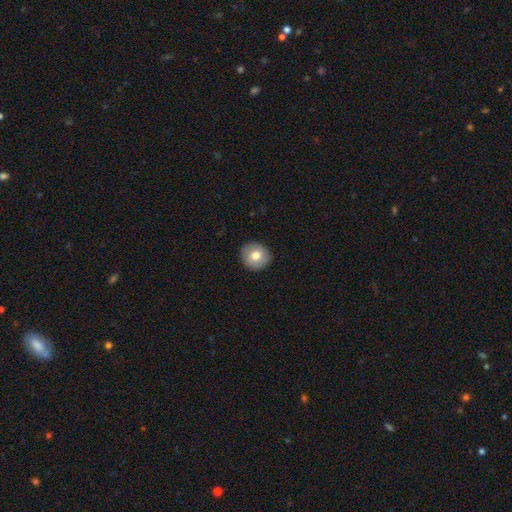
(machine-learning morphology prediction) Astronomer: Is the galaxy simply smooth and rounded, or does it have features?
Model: smooth — 76%.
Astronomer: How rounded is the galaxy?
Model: round — 90%.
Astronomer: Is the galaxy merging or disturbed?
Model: none — 91%.